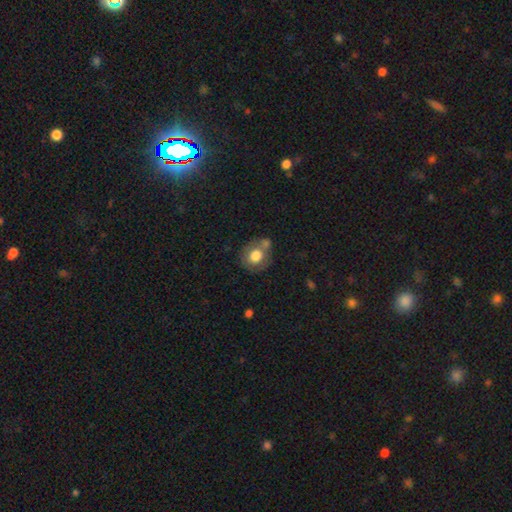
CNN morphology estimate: Smooth or featured: smooth — 72% (featured or disk — 20%)
How rounded: round — 75% (in between — 24%)
Merging: none — 53% (merger — 24%)